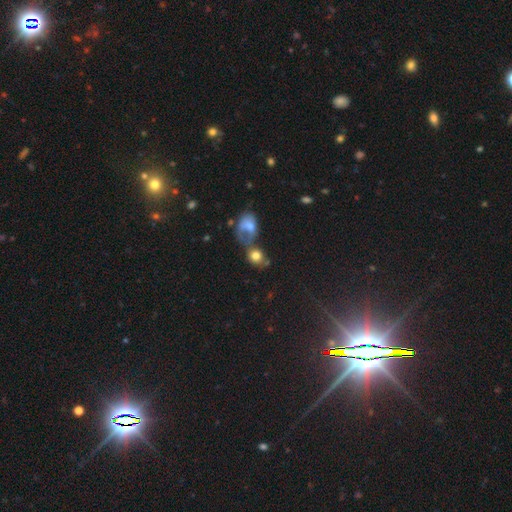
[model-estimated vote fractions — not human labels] A smooth galaxy with no disk features (75%) that is round (65%). Merging: merger (52%).